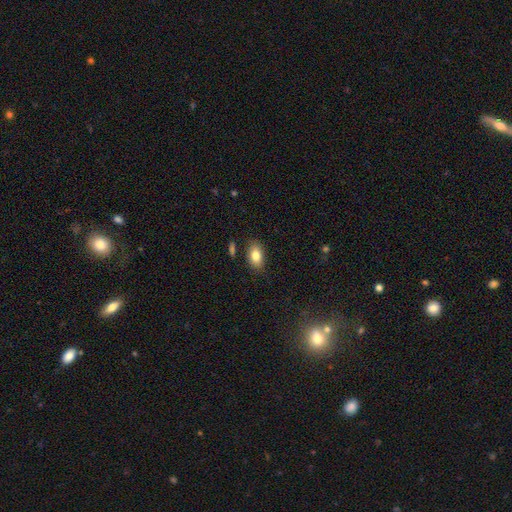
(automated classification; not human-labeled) Smooth or featured: smooth — 81% (featured or disk — 11%)
How rounded: in between — 90% (round — 8%)
Merging: none — 83% (minor disturbance — 11%)